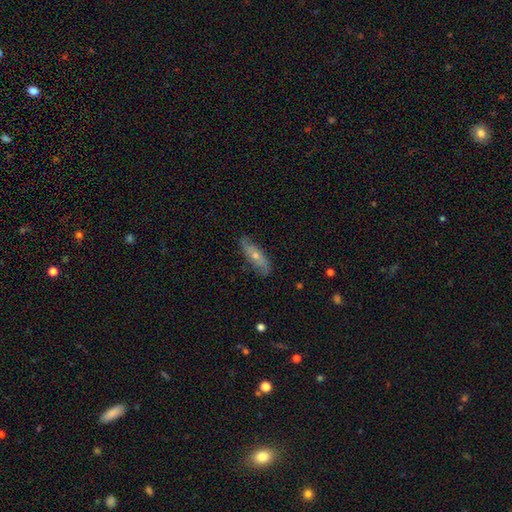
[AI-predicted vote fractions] smooth_or_featured: featured or disk (p=0.50) [alt: smooth p=0.43]
disk_edge_on: no (p=0.63) [alt: yes p=0.37]
merging: none (p=0.77) [alt: minor disturbance p=0.18]